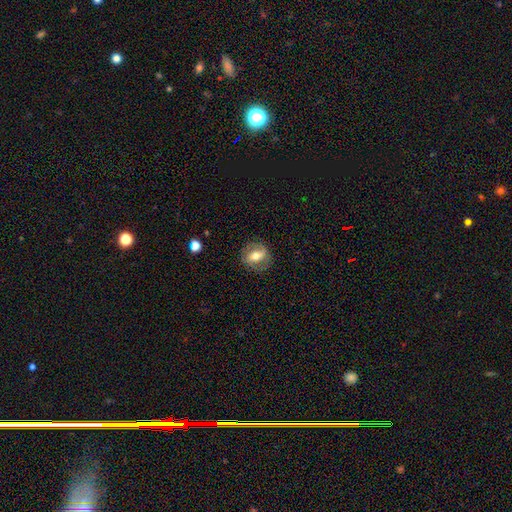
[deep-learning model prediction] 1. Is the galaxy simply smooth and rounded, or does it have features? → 50% featured or disk, 42% smooth, 8% star or artifact.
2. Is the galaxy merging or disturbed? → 79% none, 14% minor disturbance, 6% major disturbance, 1% merger.